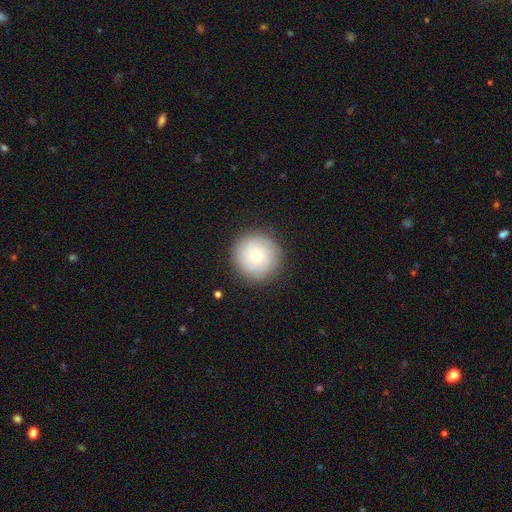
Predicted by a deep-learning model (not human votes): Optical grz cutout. It shows a smooth galaxy with no disk features (58%) that is round (95%). Merging: none (87%).